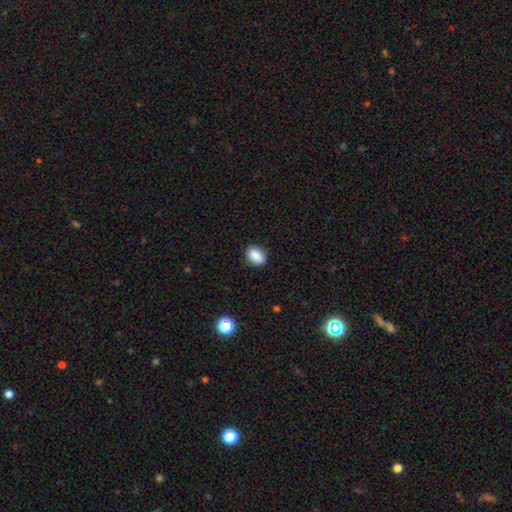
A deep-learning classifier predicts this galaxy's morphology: Q: Smooth or featured?
A: smooth (88%); runner-up: star or artifact (8%)
Q: How rounded?
A: in between (84%); runner-up: round (14%)
Q: Merging?
A: none (88%); runner-up: minor disturbance (9%)